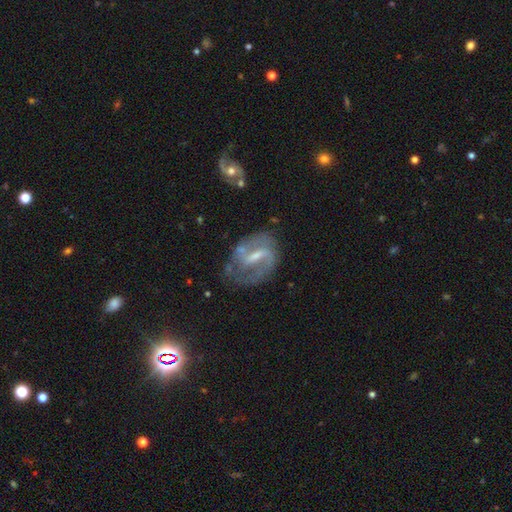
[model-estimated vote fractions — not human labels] Q: Smooth or featured?
A: featured or disk (84%); runner-up: smooth (9%)
Q: Edge-on disk?
A: no (96%); runner-up: yes (4%)
Q: Bar?
A: strong (50%); runner-up: weak (40%)
Q: Spiral arms?
A: yes (91%); runner-up: no (9%)
Q: Spiral winding?
A: medium (51%); runner-up: loose (25%)
Q: Spiral arm count?
A: 2 (80%); runner-up: 1 (8%)
Q: Bulge size?
A: small (46%); runner-up: moderate (36%)
Q: Merging?
A: none (65%); runner-up: minor disturbance (21%)